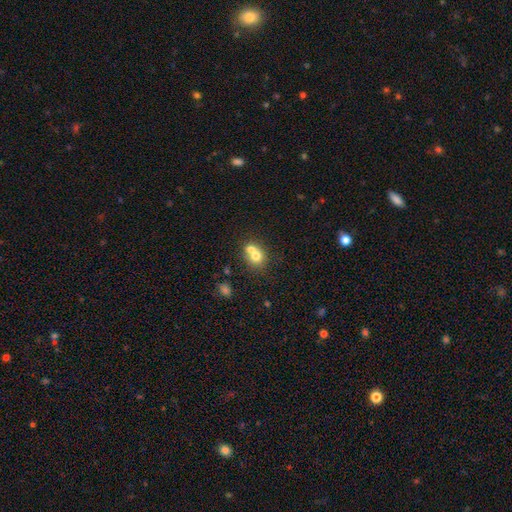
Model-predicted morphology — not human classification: The model was most divided on "merging": merger: 61%, none: 30%, minor disturbance: 6%, major disturbance: 3%. More confident: how rounded — round (71%); smooth or featured — smooth (70%).